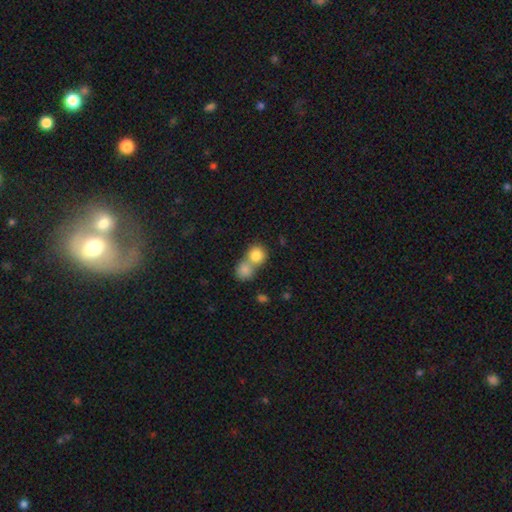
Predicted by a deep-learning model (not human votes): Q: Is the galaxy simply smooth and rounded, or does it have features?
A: smooth — 82%.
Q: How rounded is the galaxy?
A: round — 79%.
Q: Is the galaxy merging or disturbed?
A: merger — 60%.